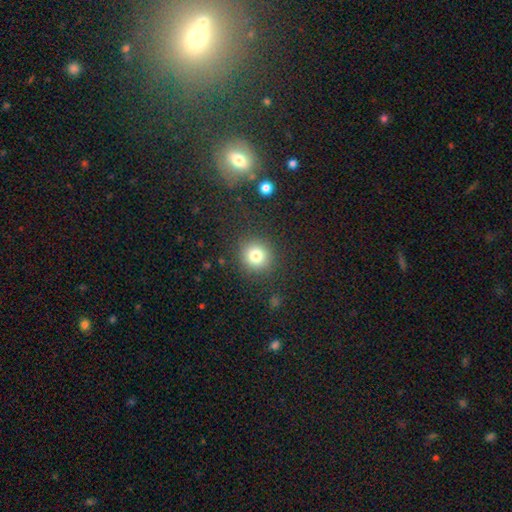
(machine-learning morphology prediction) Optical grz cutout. It shows a smooth galaxy with no disk features (79%) that is round (91%). Merging: none (87%).